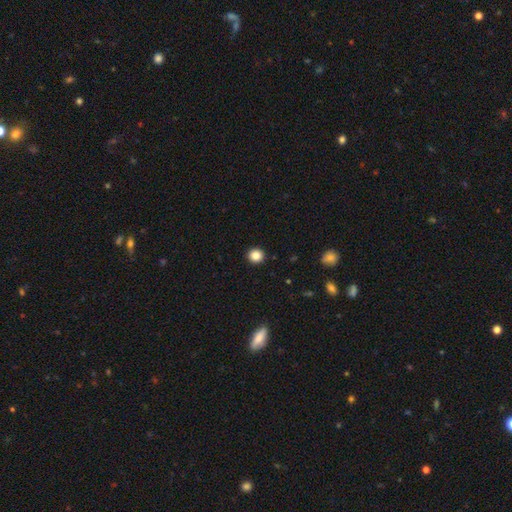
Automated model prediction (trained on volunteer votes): Morphology: type=smooth (85%); roundness=round (91%); merging=none (93%).